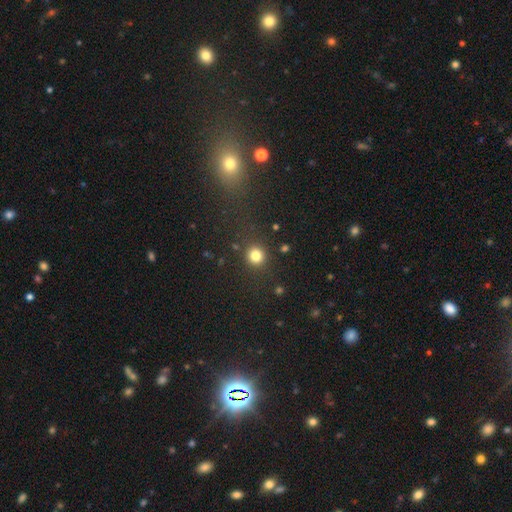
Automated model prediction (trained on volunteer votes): smooth 82%, star or artifact 13%, featured or disk 5%. Down the decision tree: how rounded — round (89%); merging — none (85%).